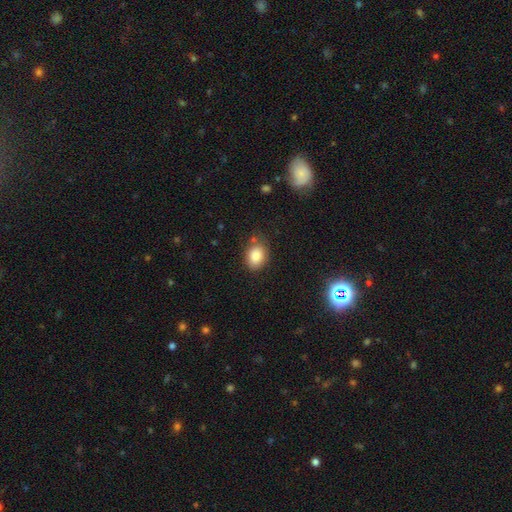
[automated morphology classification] Smooth or featured? smooth (85%)
How rounded? in between (69%)
Merging? none (75%)